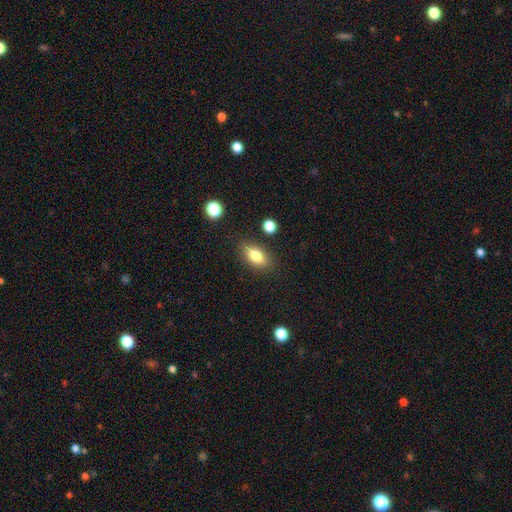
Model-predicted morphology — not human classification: smooth 79%, featured or disk 12%, star or artifact 8%. Down the decision tree: how rounded — in between (85%); merging — none (83%).